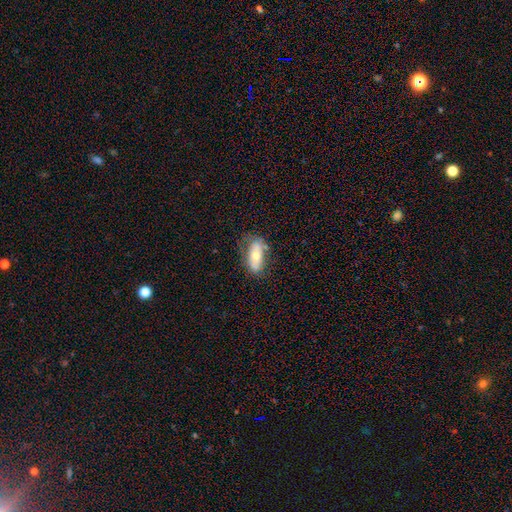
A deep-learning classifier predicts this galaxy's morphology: smooth_or_featured: smooth (p=0.57) [alt: featured or disk p=0.36]
how_rounded: in between (p=0.83) [alt: cigar-shaped p=0.14]
merging: none (p=0.66) [alt: minor disturbance p=0.22]